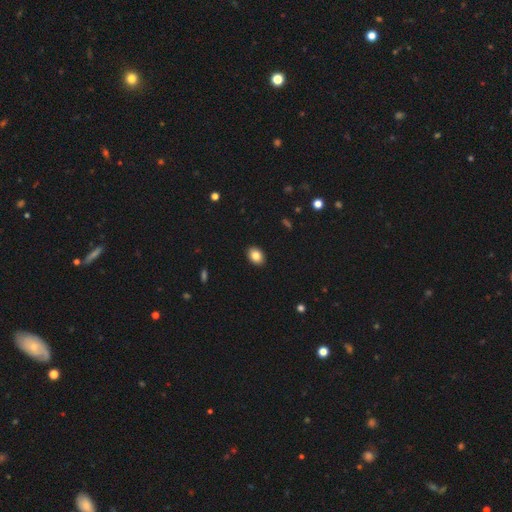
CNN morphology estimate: smooth 84%, star or artifact 9%, featured or disk 7%. Down the decision tree: how rounded — in between (67%); merging — none (91%).